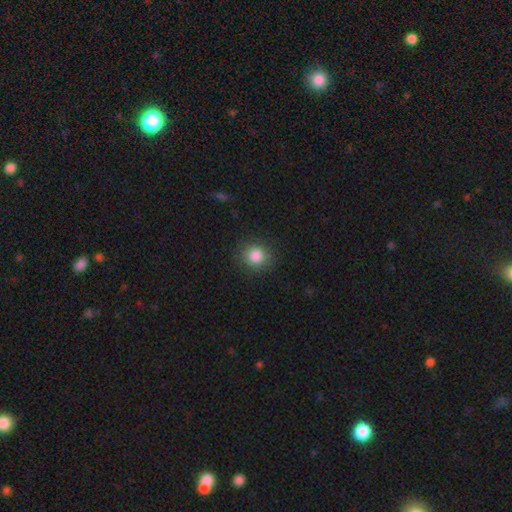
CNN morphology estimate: Smooth or featured?
  - smooth: 86% *
  - star or artifact: 10%
  - featured or disk: 4%
How rounded?
  - round: 89% *
  - in between: 10%
  - cigar-shaped: 1%
Merging?
  - none: 88% *
  - minor disturbance: 8%
  - major disturbance: 3%
  - merger: 1%